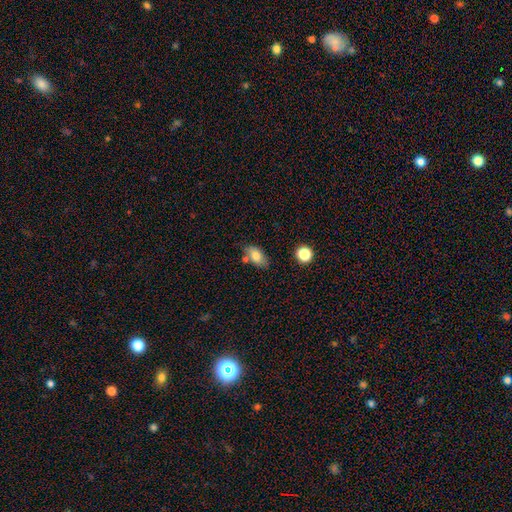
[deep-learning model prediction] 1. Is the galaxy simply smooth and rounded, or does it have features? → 77% smooth, 15% featured or disk, 9% star or artifact.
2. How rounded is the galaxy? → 88% in between, 7% round, 4% cigar-shaped.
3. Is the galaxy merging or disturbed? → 66% none, 18% minor disturbance, 12% merger, 4% major disturbance.